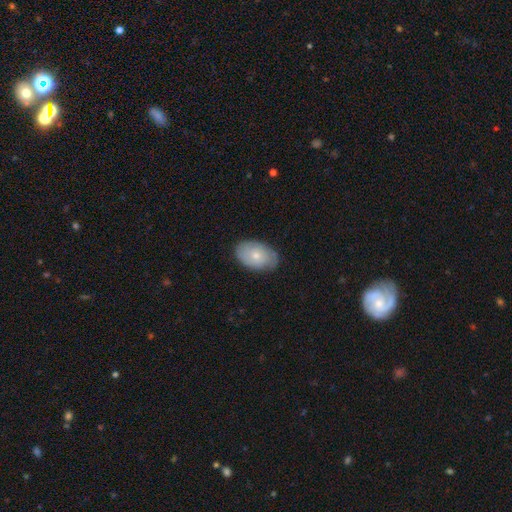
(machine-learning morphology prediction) A smooth galaxy with no disk features (62%) that is in between round and cigar-shaped (87%).

Vote fractions:
- Smooth or featured? smooth: 62% / featured or disk: 32% / star or artifact: 6%
- How rounded? in between: 87% / round: 12% / cigar-shaped: 1%
- Merging? none: 76% / minor disturbance: 19% / major disturbance: 4% / merger: 1%